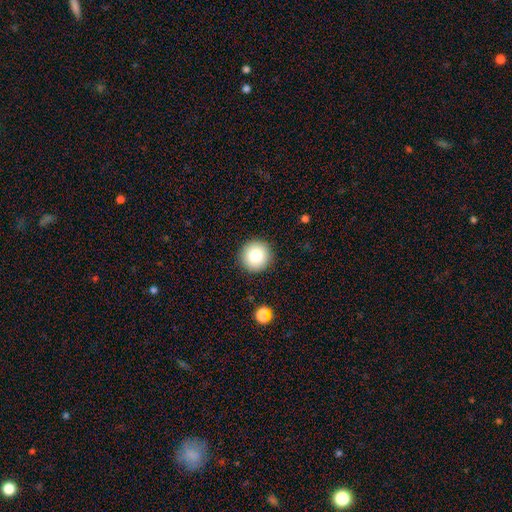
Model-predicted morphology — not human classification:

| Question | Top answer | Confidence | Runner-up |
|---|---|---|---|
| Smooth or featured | smooth | 79% | featured or disk (11%) |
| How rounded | round | 96% | in between (3%) |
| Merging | none | 91% | minor disturbance (6%) |